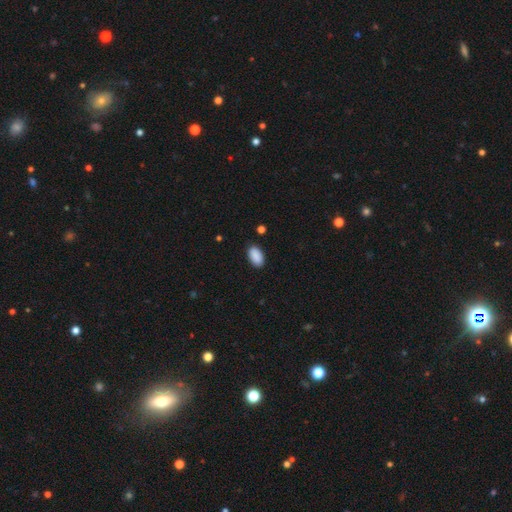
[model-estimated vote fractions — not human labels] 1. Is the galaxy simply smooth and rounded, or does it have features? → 90% smooth, 7% star or artifact, 3% featured or disk.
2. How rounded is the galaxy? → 95% in between, 4% round, 2% cigar-shaped.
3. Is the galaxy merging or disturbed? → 88% none, 9% minor disturbance, 2% major disturbance, 1% merger.